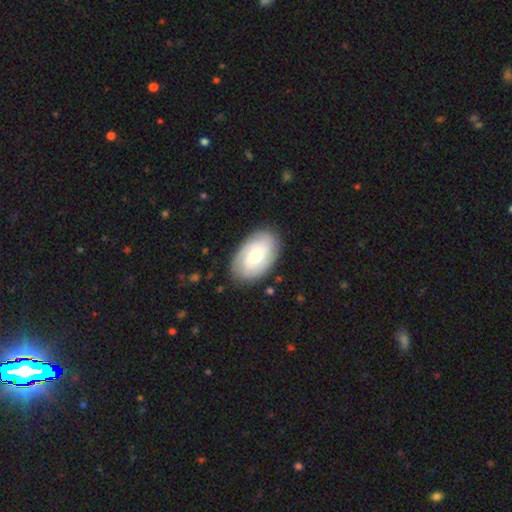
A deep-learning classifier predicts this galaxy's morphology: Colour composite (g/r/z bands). It shows a featured or disk galaxy (61%) with no bar (69%), 2 (37%) tight (62%) spiral arms (89%) and a moderate central bulge (47%). Merging: none (83%).